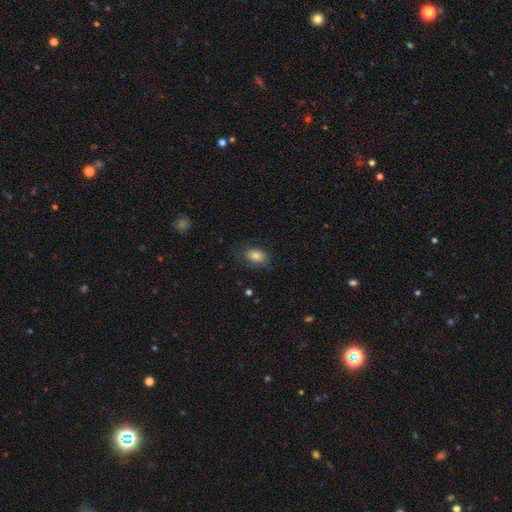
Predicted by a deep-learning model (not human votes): A smooth galaxy with no disk features (82%) that is in between round and cigar-shaped (86%). Merging: none (74%).